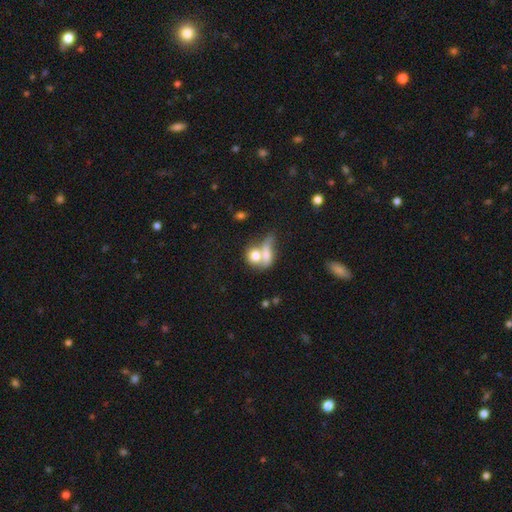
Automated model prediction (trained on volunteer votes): Q: Smooth or featured?
A: smooth (71%); runner-up: featured or disk (19%)
Q: How rounded?
A: round (49%); runner-up: in between (44%)
Q: Merging?
A: merger (63%); runner-up: none (20%)